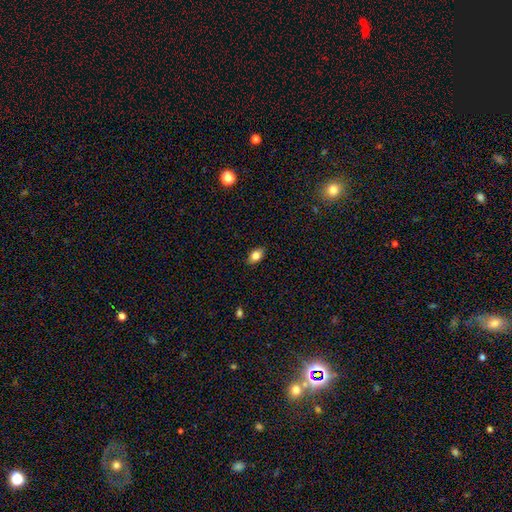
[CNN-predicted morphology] Overall: smooth (79%). How rounded: in between (87%). Merging: none (87%).